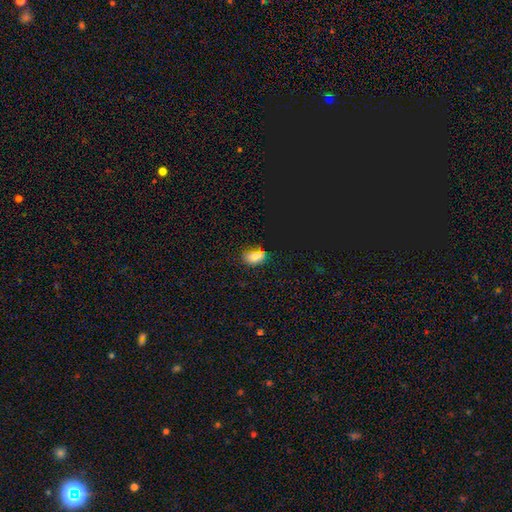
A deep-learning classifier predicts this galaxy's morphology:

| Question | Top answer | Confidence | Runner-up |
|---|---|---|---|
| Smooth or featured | smooth | 65% | star or artifact (26%) |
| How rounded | in between | 67% | round (28%) |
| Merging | none | 71% | minor disturbance (16%) |